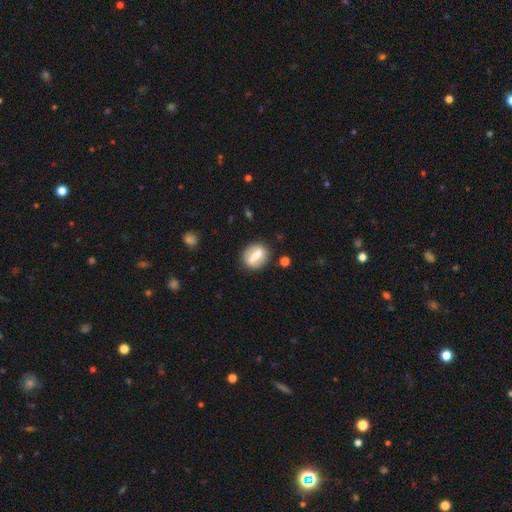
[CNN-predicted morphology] This appears to be a smooth galaxy with no disk features (50%) that is in between round and cigar-shaped (47%). Merging: none (82%).